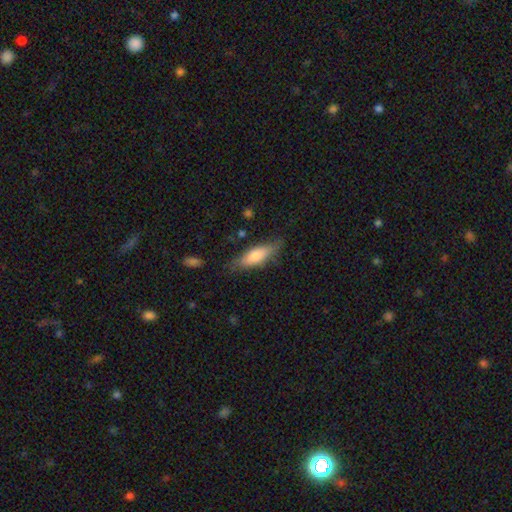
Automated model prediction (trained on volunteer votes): The model was most divided on "how rounded" (2-way tie): cigar-shaped: 49%, in between: 49%, round: 2%. More confident: merging — none (75%); smooth or featured — smooth (67%).